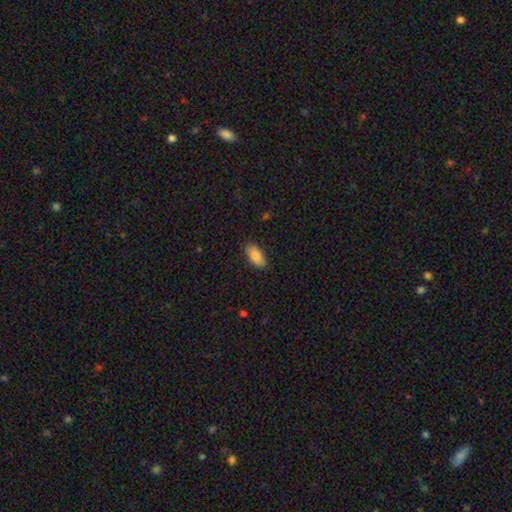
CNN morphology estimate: Smooth or featured? smooth (88%)
How rounded? in between (91%)
Merging? none (83%)